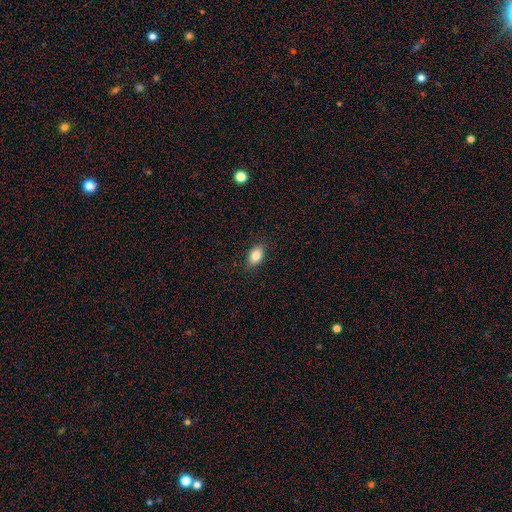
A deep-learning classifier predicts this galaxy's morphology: This is clearly a smooth galaxy (85%). How rounded: clearly in between (86%). Merging: clearly none (87%).